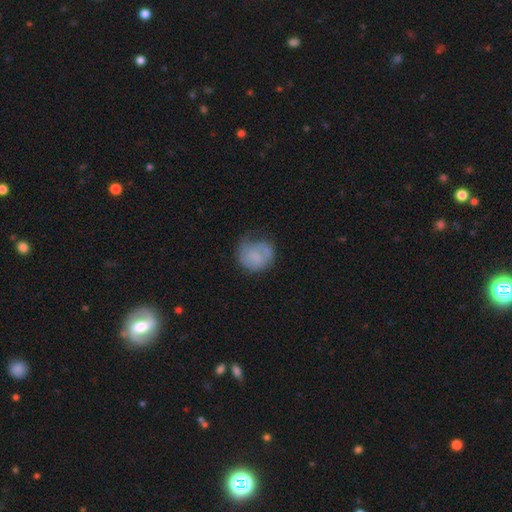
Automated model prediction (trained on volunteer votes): smooth 58%, featured or disk 34%, star or artifact 9%. Down the decision tree: how rounded — round (74%); merging — none (41%).